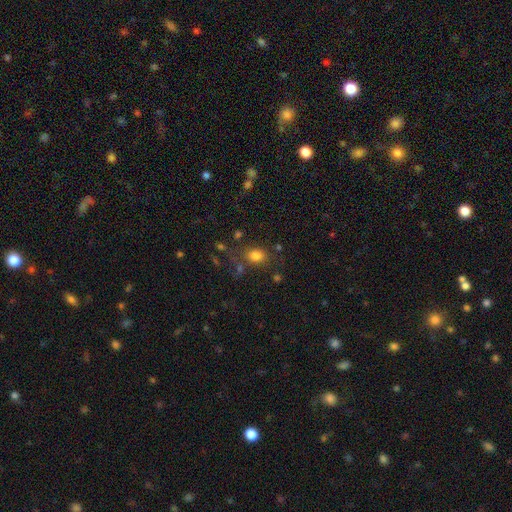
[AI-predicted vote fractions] Overall: smooth (79%). How rounded: in between (62%; round 36%). Merging: none (71%).